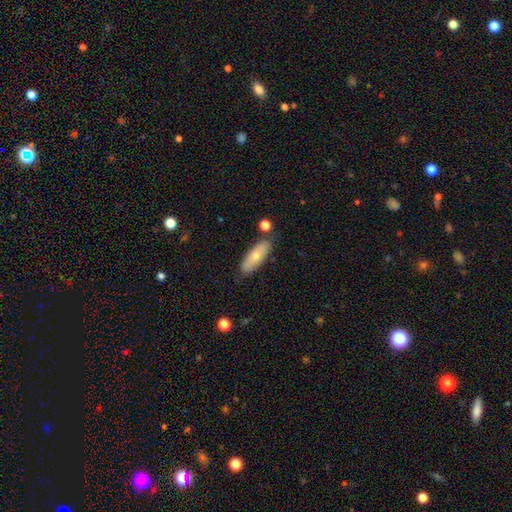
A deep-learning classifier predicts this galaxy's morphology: Smooth or featured? Predicted: smooth (p=0.65). How rounded? Predicted: in between (p=0.65). Merging? Predicted: none (p=0.77).